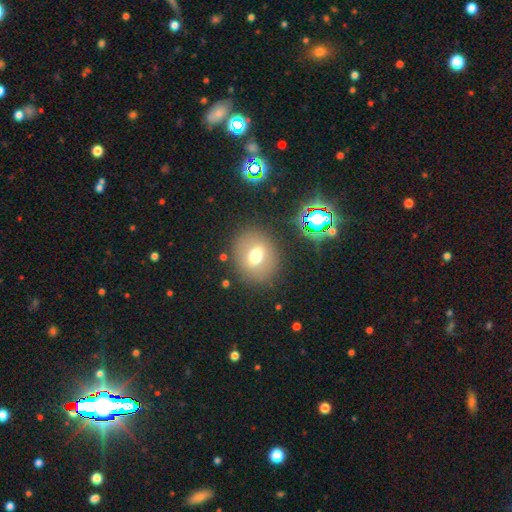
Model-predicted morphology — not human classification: Q: Smooth or featured?
A: smooth (62%); runner-up: featured or disk (23%)
Q: How rounded?
A: round (71%); runner-up: in between (28%)
Q: Merging?
A: none (84%); runner-up: minor disturbance (10%)